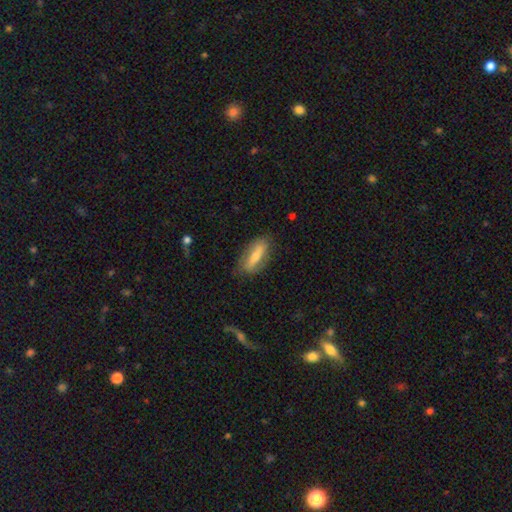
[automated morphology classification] Smooth or featured? Predicted: smooth (p=0.54). How rounded? Predicted: in between (p=0.60). Merging? Predicted: none (p=0.76).